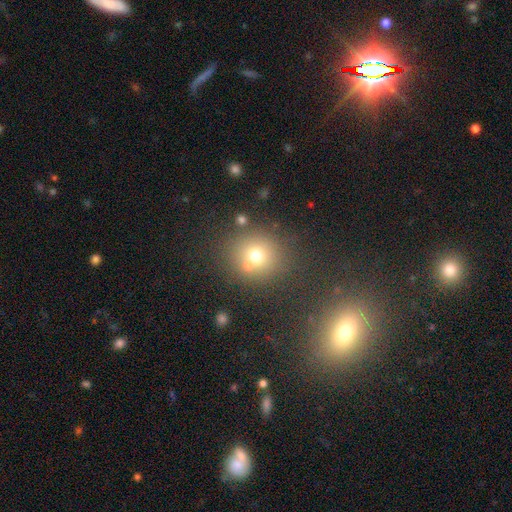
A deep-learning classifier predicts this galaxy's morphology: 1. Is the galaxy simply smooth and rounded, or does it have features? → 69% smooth, 17% star or artifact, 14% featured or disk.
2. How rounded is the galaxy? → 87% round, 12% in between, 1% cigar-shaped.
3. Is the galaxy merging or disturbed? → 68% none, 16% merger, 10% minor disturbance, 5% major disturbance.